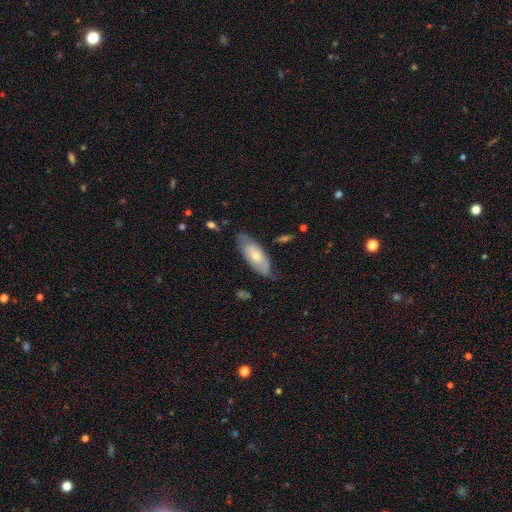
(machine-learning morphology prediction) Overall: smooth (47%, tied with featured or disk). Merging: none (66%).